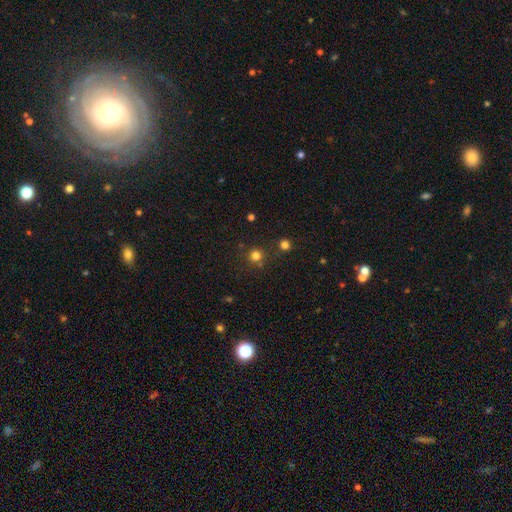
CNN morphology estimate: A smooth galaxy with no disk features (76%) that is round (94%). Merging: none (81%).